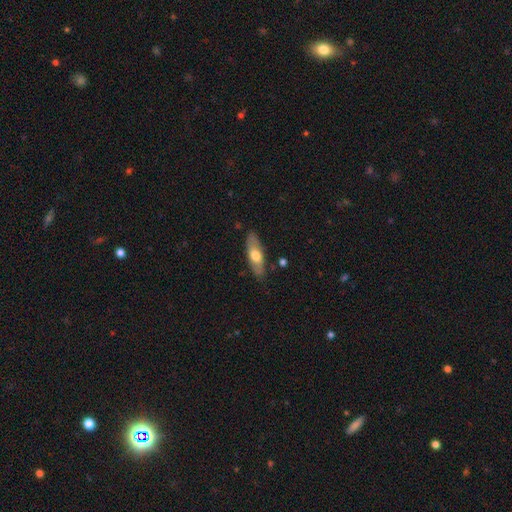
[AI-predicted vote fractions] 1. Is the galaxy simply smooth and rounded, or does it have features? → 59% smooth, 36% featured or disk, 5% star or artifact.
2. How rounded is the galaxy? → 65% in between, 32% cigar-shaped, 3% round.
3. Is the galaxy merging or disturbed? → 84% none, 12% minor disturbance, 2% major disturbance, 2% merger.